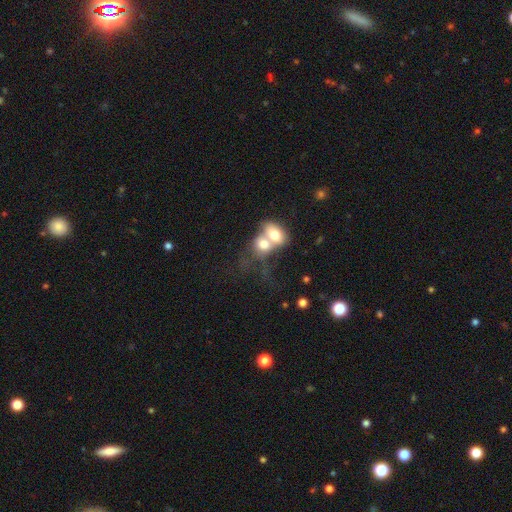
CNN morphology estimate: Overall: smooth (47%; featured or disk 32%). Merging: merger (68%).